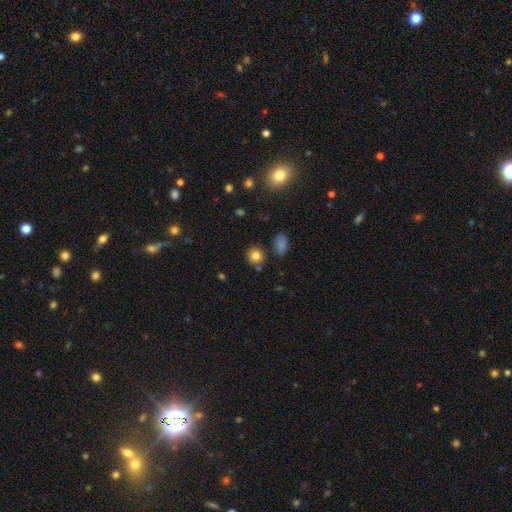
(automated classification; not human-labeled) Overall: smooth (82%). How rounded: round (82%). Merging: none (81%).